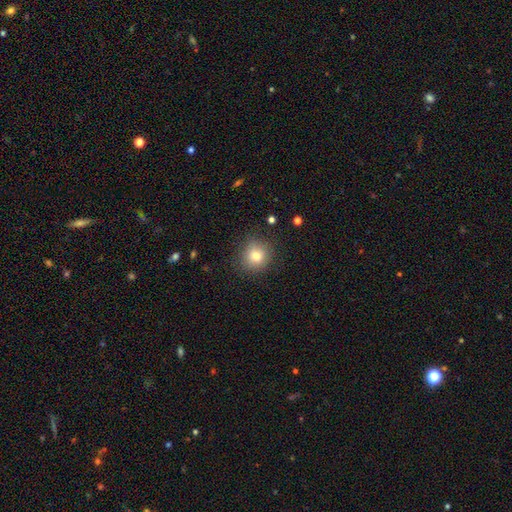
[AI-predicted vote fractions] smooth 77%, star or artifact 12%, featured or disk 10%. Down the decision tree: how rounded — round (88%); merging — none (85%).